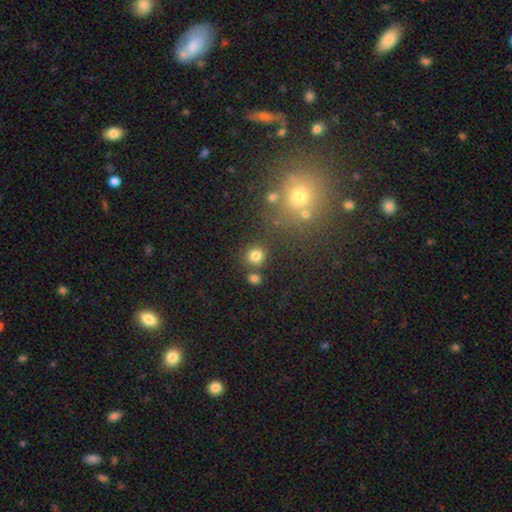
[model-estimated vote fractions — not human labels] Q: Smooth or featured?
A: smooth (80%); runner-up: star or artifact (14%)
Q: How rounded?
A: round (90%); runner-up: in between (9%)
Q: Merging?
A: none (78%); runner-up: merger (10%)